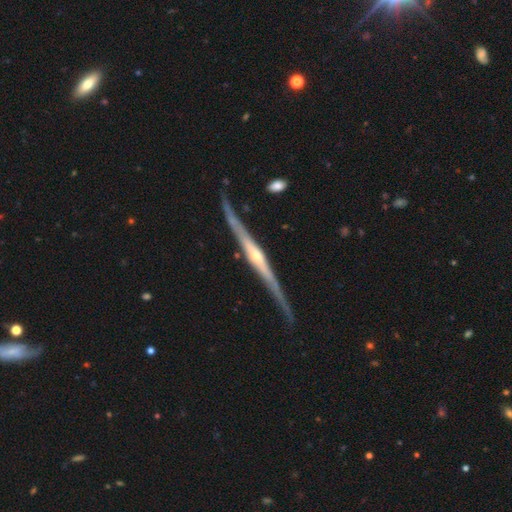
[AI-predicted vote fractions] This appears to be a featured or disk galaxy (86%) viewed edge-on (98%) with a rounded central bulge (74%). Merging: none (82%).